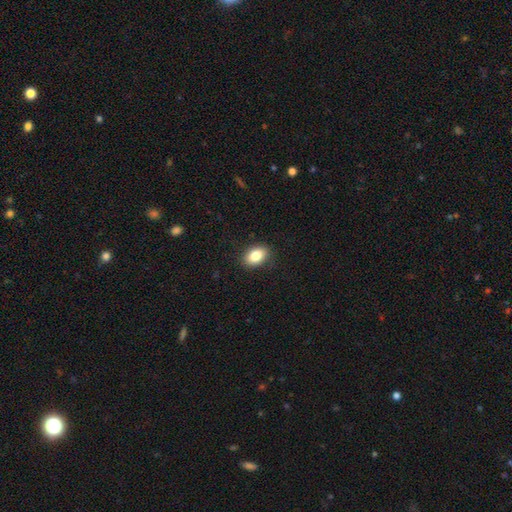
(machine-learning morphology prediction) smooth 84%, star or artifact 8%, featured or disk 7%. Down the decision tree: how rounded — in between (81%); merging — none (88%).